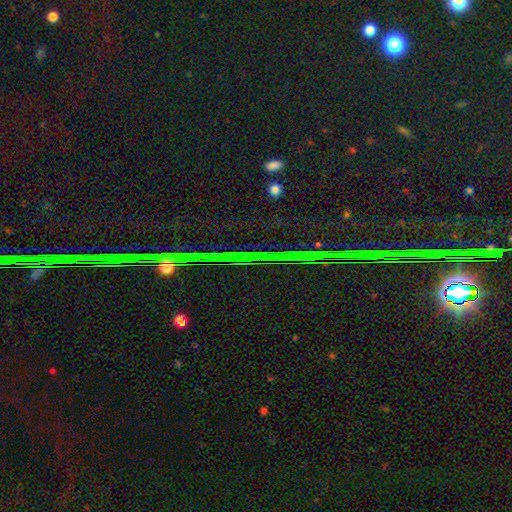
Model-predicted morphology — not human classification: Smooth or featured? star or artifact (86%)